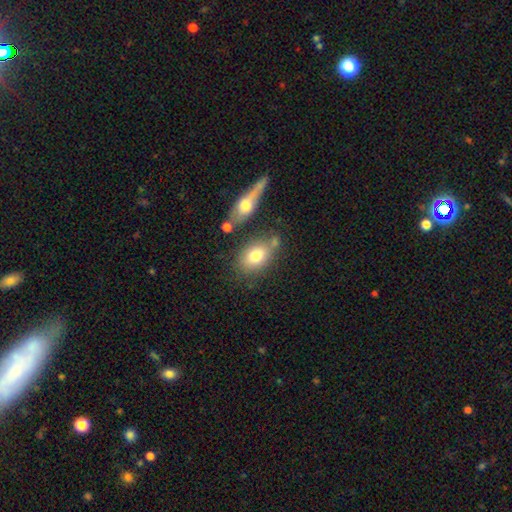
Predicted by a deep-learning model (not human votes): Smooth or featured? smooth (75%)
How rounded? in between (76%)
Merging? none (62%)